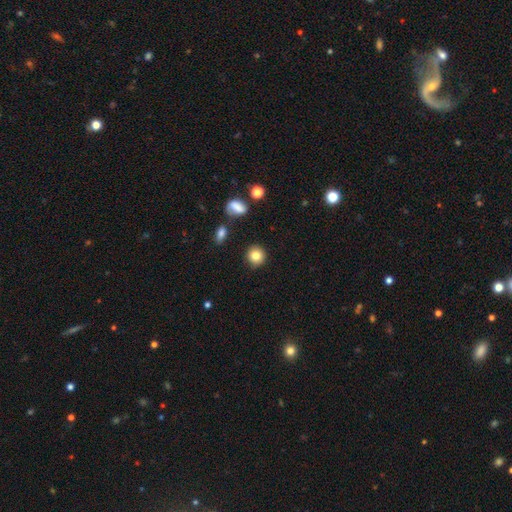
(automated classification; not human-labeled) Smooth or featured? smooth (82%)
How rounded? round (90%)
Merging? none (88%)